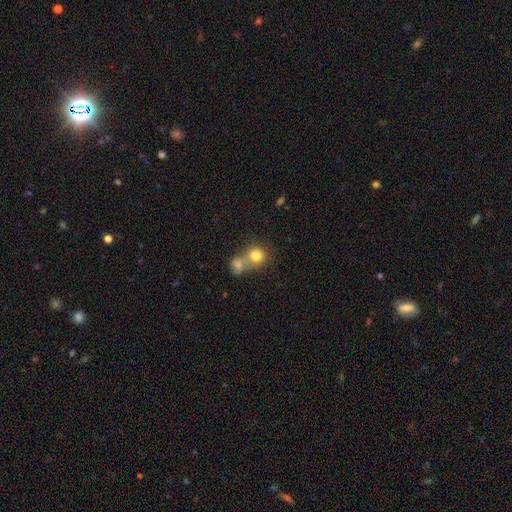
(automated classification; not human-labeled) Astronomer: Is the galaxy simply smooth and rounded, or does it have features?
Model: smooth — 79%.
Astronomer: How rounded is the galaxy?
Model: round — 79%.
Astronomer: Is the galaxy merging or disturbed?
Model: merger — 53% (runner-up: none, 36%).